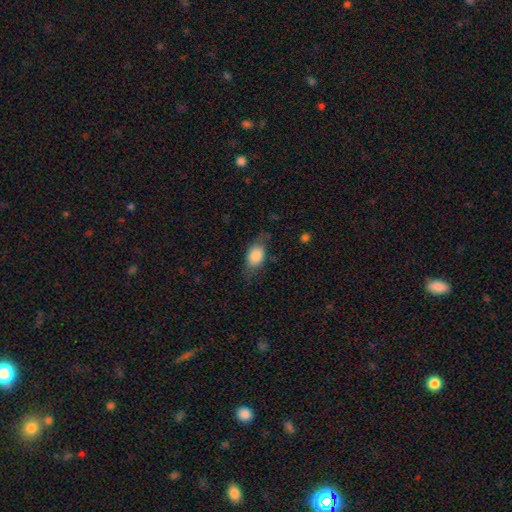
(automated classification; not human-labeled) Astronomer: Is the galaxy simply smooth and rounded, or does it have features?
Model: smooth — 78%.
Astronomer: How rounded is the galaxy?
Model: in between — 82%.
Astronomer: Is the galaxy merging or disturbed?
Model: none — 63%.